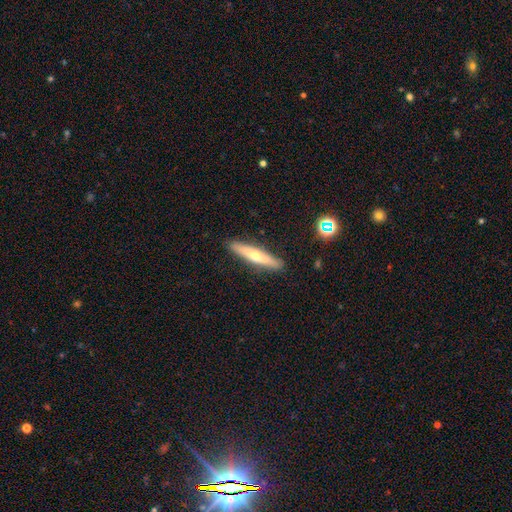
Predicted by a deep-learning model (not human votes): Smooth or featured? Predicted: smooth (p=0.48). Merging? Predicted: none (p=0.90).